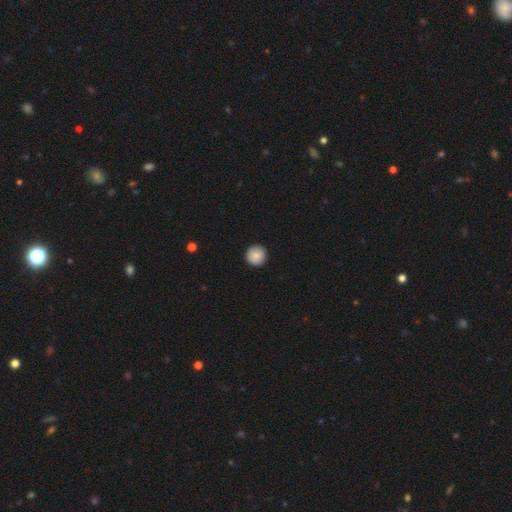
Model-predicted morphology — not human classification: smooth 85%, featured or disk 7%, star or artifact 7%. Down the decision tree: how rounded — round (95%); merging — none (91%).